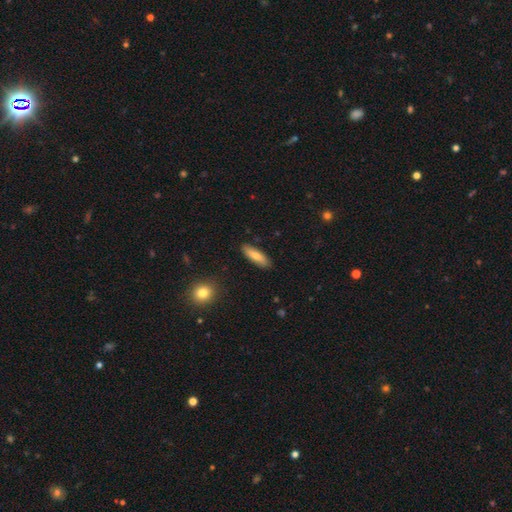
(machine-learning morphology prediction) Smooth or featured?
  - smooth: 73% *
  - featured or disk: 21%
  - star or artifact: 6%
How rounded?
  - in between: 49% * (tied)
  - cigar-shaped: 49% * (tied)
  - round: 2%
Merging?
  - none: 88% *
  - minor disturbance: 9%
  - major disturbance: 2%
  - merger: 1%